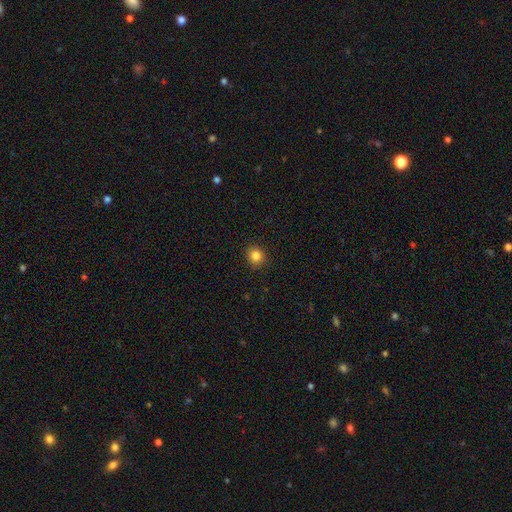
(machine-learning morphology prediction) This appears to be a smooth galaxy with no disk features (84%) that is round (85%). Merging: none (91%).